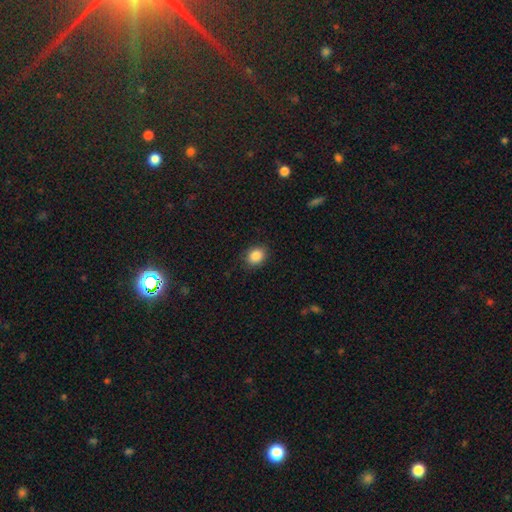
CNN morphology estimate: Smooth or featured: smooth — 87% (star or artifact — 9%)
How rounded: round — 53% (in between — 46%)
Merging: none — 85% (minor disturbance — 11%)